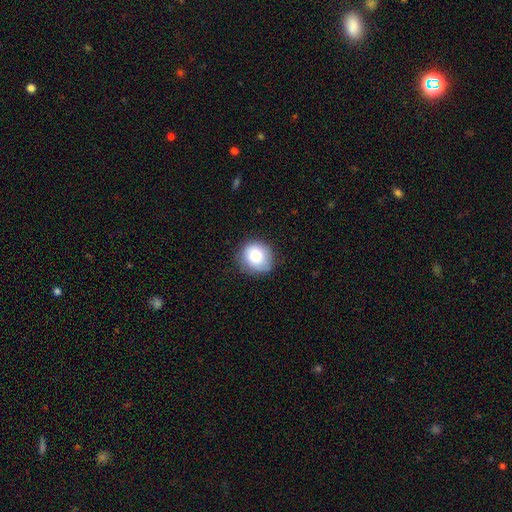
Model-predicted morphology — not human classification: Smooth or featured? smooth (78%)
How rounded? round (84%)
Merging? none (81%)